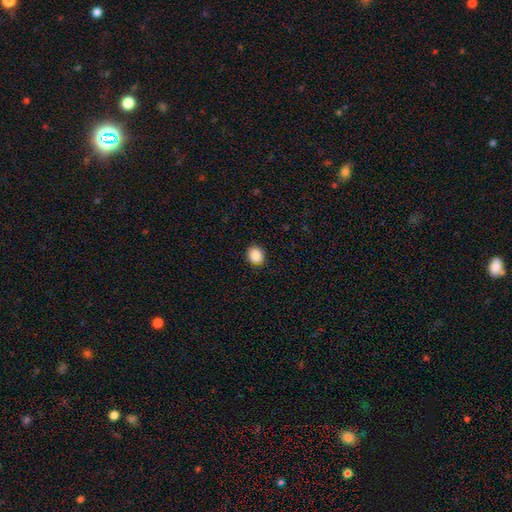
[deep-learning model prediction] The model was most divided on "how rounded": round: 71%, in between: 28%, cigar-shaped: 1%. More confident: merging — none (90%); smooth or featured — smooth (89%).